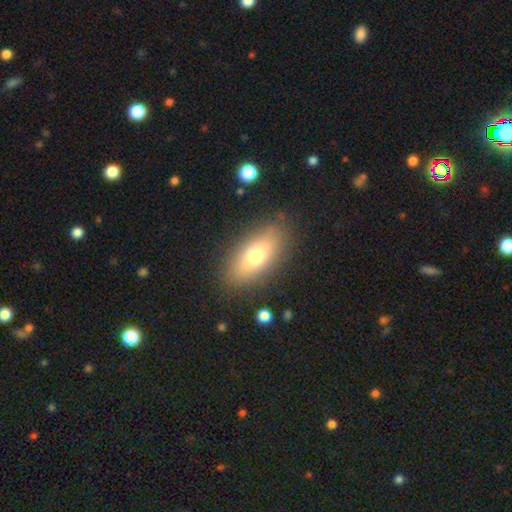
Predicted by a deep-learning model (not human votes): Smooth or featured? Predicted: smooth (p=0.71). How rounded? Predicted: in between (p=0.82). Merging? Predicted: none (p=0.85).